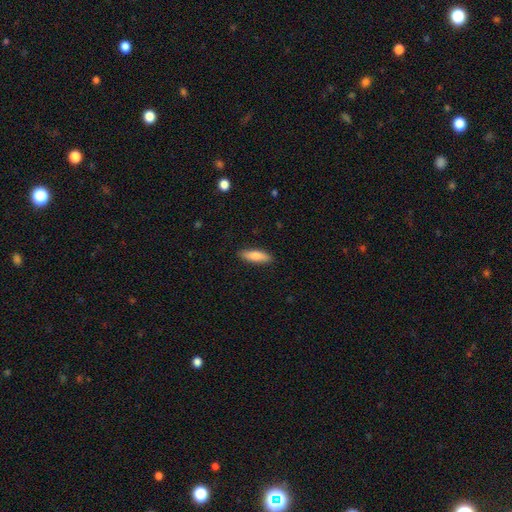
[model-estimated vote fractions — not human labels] smooth-or-featured: smooth: 82% | featured or disk: 12% | star or artifact: 6%
  how-rounded: cigar-shaped: 52% | in between: 46% | round: 2%
  merging: none: 89% | minor disturbance: 9% | major disturbance: 2% | merger: 1%